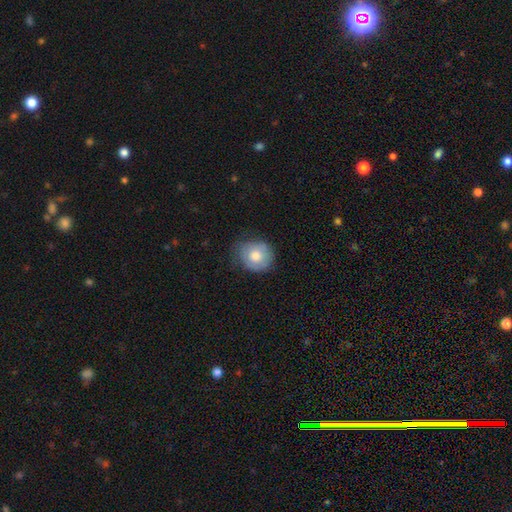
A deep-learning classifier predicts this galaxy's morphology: This is likely a smooth galaxy (70%). How rounded: likely round (79%). Merging: likely none (66%).